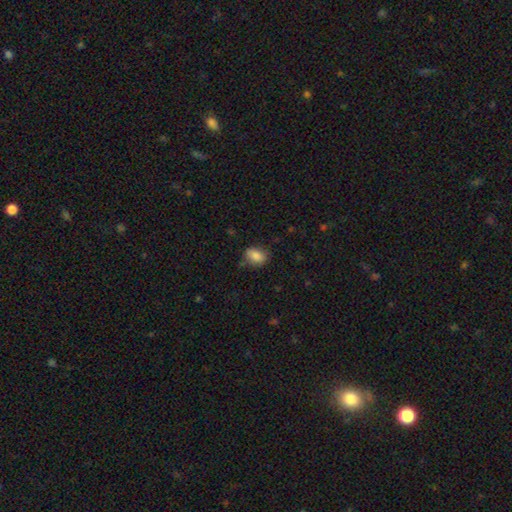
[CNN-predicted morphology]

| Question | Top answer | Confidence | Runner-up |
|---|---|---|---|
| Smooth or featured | smooth | 84% | star or artifact (8%) |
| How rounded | in between | 73% | round (25%) |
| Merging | none | 72% | minor disturbance (21%) |